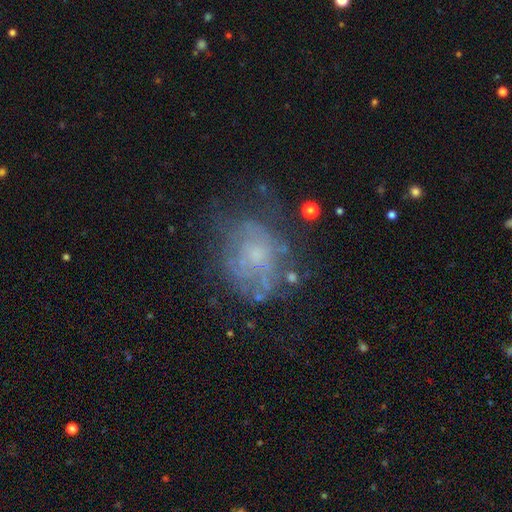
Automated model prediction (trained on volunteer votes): The model was most divided on "bulge size": small: 49%, none: 24%, moderate: 23%, large: 2%, dominant: 1%. More confident: edge-on disk — no (97%); bar — no (85%); spiral arms — no (66%); smooth or featured — featured or disk (56%); merging — none (51%).